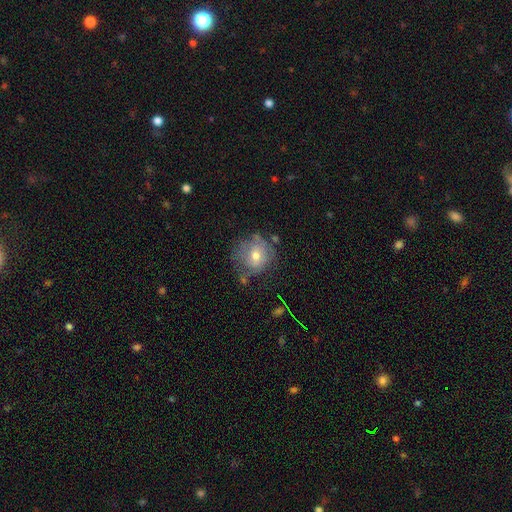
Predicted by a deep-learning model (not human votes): smooth-or-featured: smooth: 52% | featured or disk: 38% | star or artifact: 10%
  how-rounded: round: 81% | in between: 18% | cigar-shaped: 1%
  merging: none: 53% | minor disturbance: 26% | major disturbance: 15% | merger: 5%